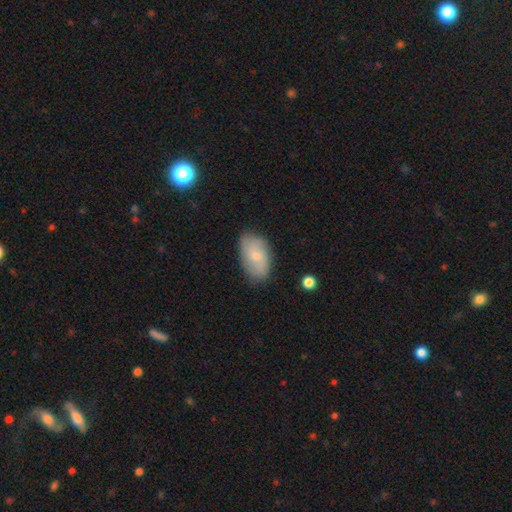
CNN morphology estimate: smooth_or_featured: smooth (p=0.60) [alt: featured or disk p=0.33]
how_rounded: in between (p=0.92) [alt: round p=0.06]
merging: none (p=0.78) [alt: minor disturbance p=0.17]